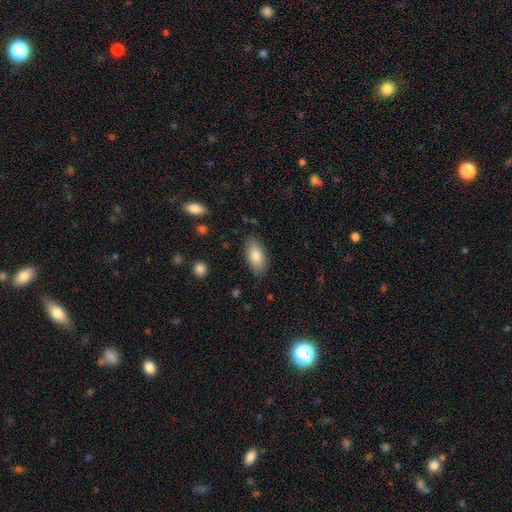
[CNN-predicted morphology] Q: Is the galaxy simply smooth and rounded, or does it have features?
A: smooth — 82%.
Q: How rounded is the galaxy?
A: in between — 90%.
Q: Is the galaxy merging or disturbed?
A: none — 85%.